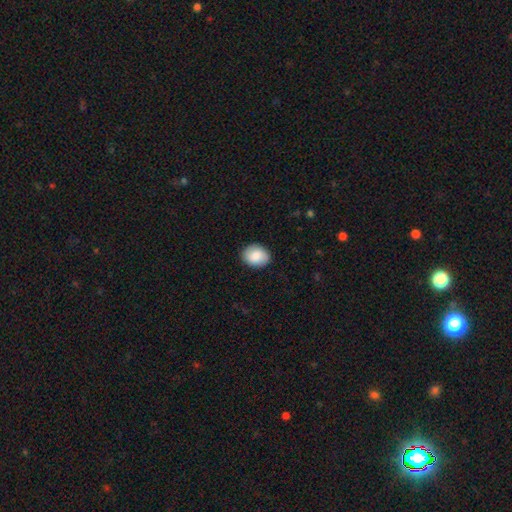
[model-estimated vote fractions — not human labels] Smooth or featured: smooth — 87% (featured or disk — 7%)
How rounded: in between — 57% (round — 42%)
Merging: none — 88% (minor disturbance — 9%)